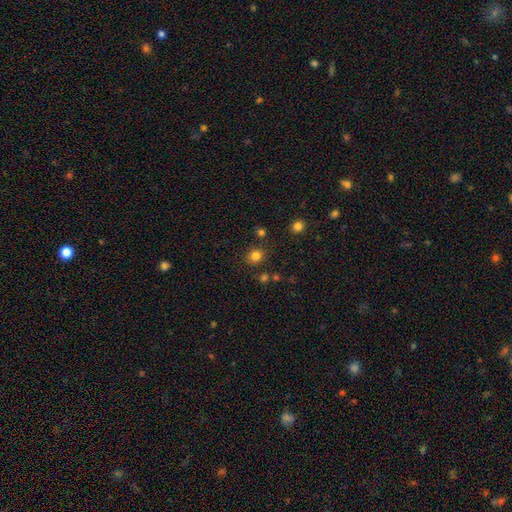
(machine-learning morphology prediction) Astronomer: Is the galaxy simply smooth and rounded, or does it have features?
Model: smooth — 81%.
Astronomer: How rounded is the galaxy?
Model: round — 75%.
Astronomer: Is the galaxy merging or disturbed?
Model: none — 82%.